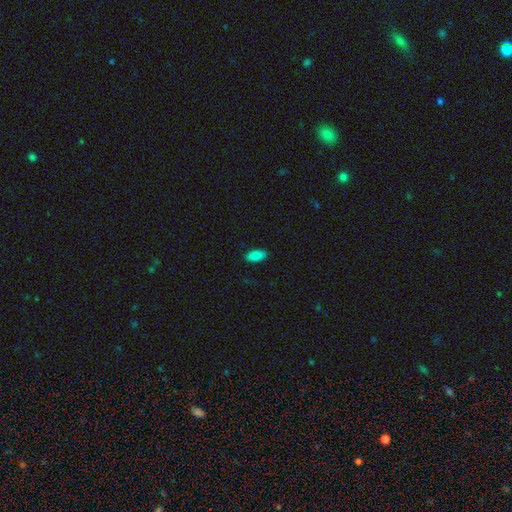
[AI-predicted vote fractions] This is clearly a smooth galaxy (86%). How rounded: clearly in between (92%). Merging: clearly none (88%).